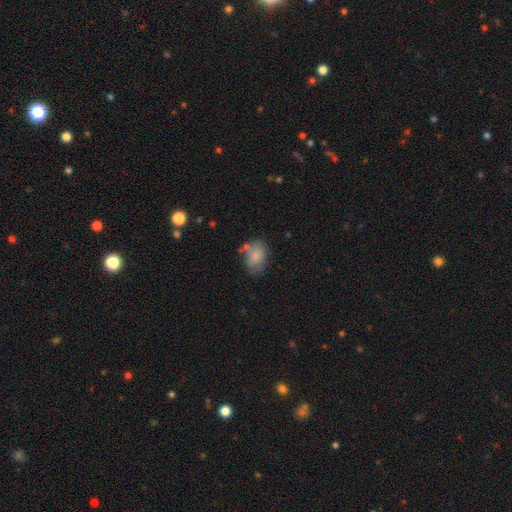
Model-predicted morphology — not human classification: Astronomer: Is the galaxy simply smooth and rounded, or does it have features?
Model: smooth — 80%.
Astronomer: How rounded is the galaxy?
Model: in between — 79%.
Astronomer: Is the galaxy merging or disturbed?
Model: none — 59%.